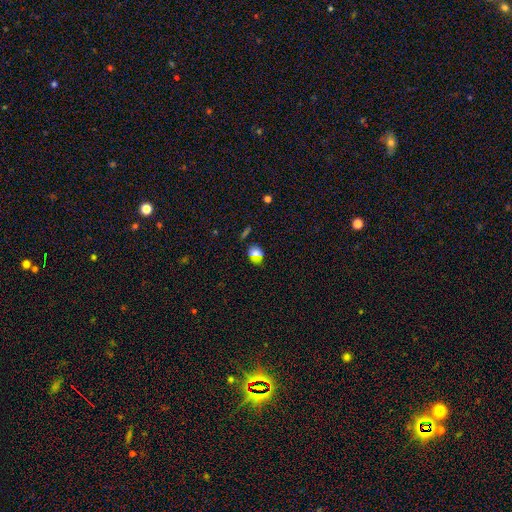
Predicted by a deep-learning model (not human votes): A smooth galaxy with no disk features (65%) that is in between round and cigar-shaped (58%). Merging: none (71%).